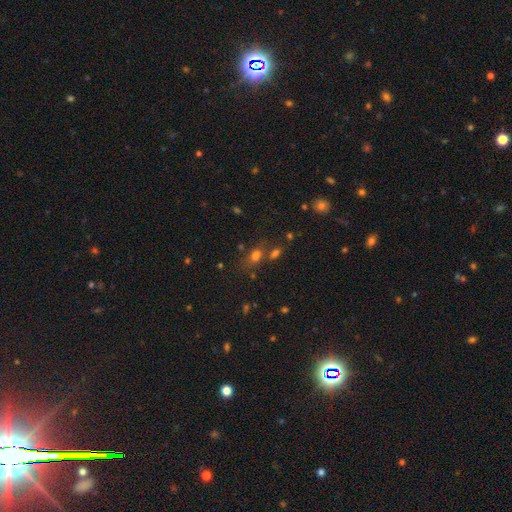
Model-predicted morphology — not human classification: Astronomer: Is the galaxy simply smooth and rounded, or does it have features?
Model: smooth — 68%.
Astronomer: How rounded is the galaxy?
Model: in between — 68%.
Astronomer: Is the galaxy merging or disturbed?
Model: none — 54%.